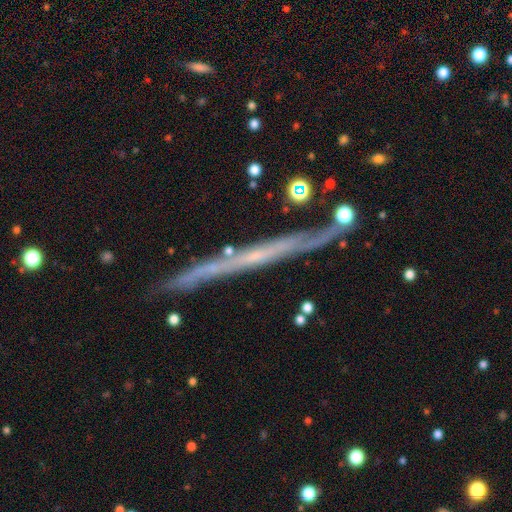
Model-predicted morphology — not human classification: Smooth or featured? Predicted: featured or disk (p=0.70). Edge-on disk? Predicted: yes (p=0.95). Edge-on bulge? Predicted: none (p=0.84). Merging? Predicted: none (p=0.83).